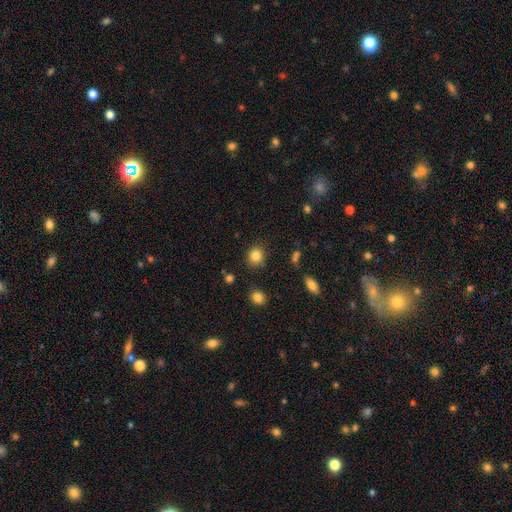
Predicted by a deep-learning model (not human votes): smooth 84%, star or artifact 11%, featured or disk 5%. Down the decision tree: how rounded — round (79%); merging — none (84%).